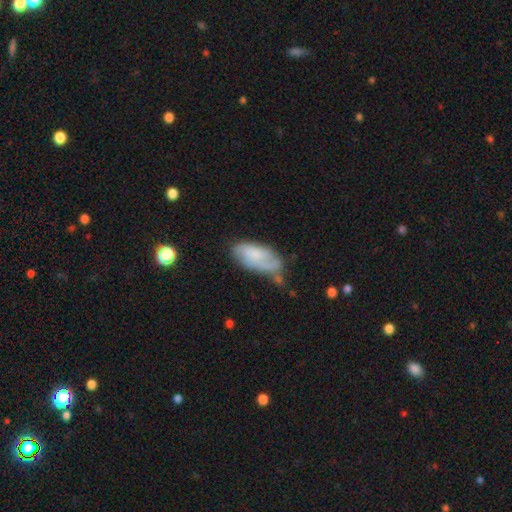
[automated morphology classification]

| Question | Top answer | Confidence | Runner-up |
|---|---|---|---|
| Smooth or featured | smooth | 57% | featured or disk (36%) |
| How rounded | in between | 86% | cigar-shaped (11%) |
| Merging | none | 40% | minor disturbance (34%) |